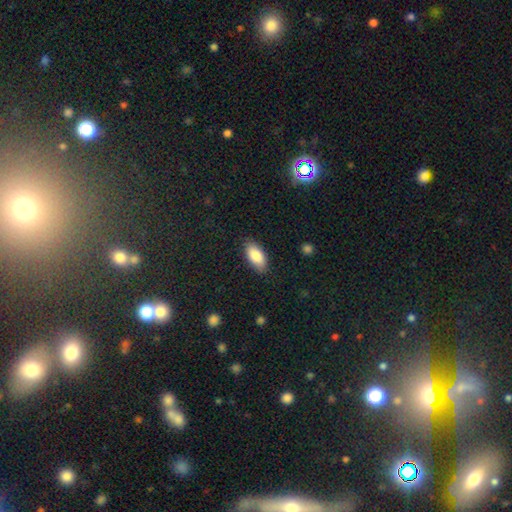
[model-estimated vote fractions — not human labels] A smooth galaxy with no disk features (86%) that is in between round and cigar-shaped (91%). Merging: none (85%).